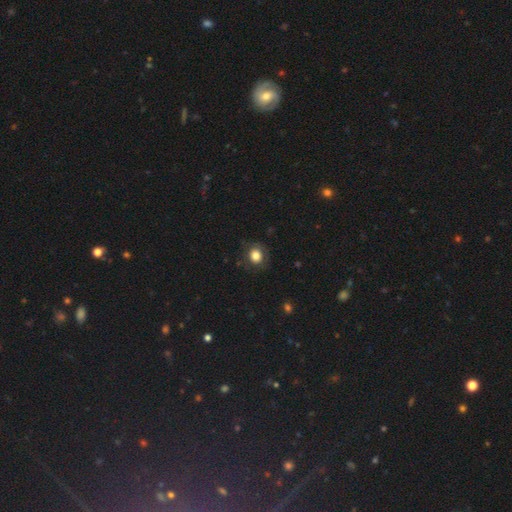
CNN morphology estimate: Smooth or featured?
  - smooth: 79% *
  - featured or disk: 10%
  - star or artifact: 10%
How rounded?
  - round: 76% *
  - in between: 24%
  - cigar-shaped: 1%
Merging?
  - none: 79% *
  - minor disturbance: 14%
  - major disturbance: 5%
  - merger: 1%